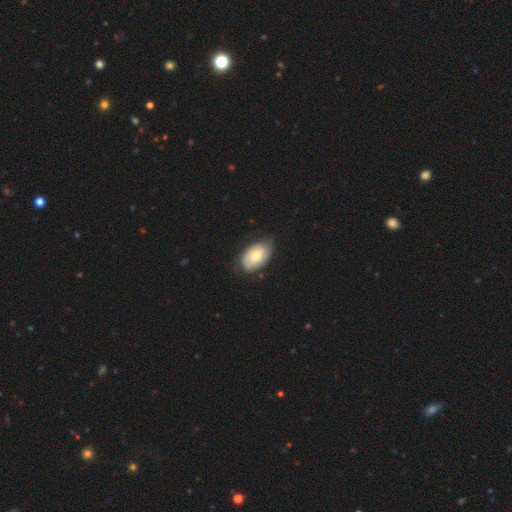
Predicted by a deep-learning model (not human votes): A smooth galaxy with no disk features (65%) that is in between round and cigar-shaped (92%). Merging: none (68%).